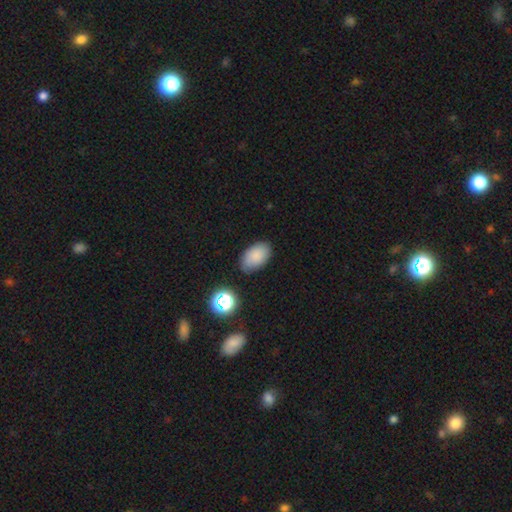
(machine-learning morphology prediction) The model was most divided on "merging": none: 78%, minor disturbance: 16%, major disturbance: 3%, merger: 2%. More confident: how rounded — in between (92%); smooth or featured — smooth (83%).